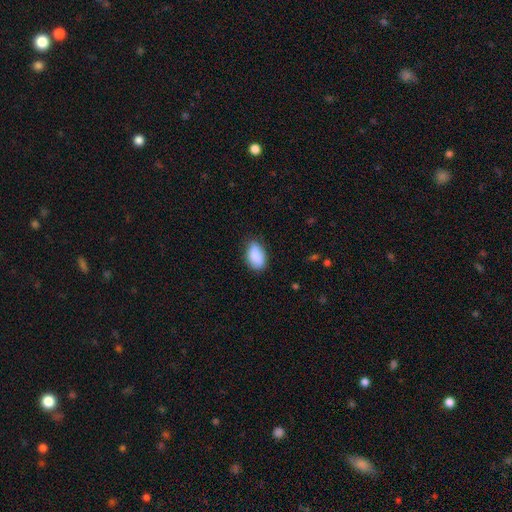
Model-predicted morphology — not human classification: The model was most divided on "merging": none: 72%, minor disturbance: 23%, major disturbance: 4%, merger: 1%. More confident: how rounded — in between (91%); smooth or featured — smooth (88%).